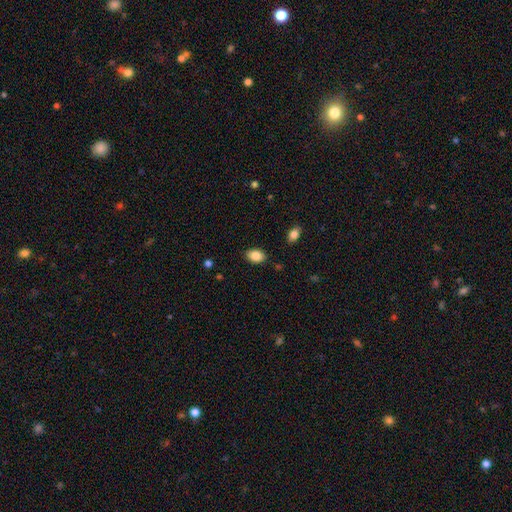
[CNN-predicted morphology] smooth 87%, star or artifact 8%, featured or disk 6%. Down the decision tree: how rounded — in between (81%); merging — none (86%).